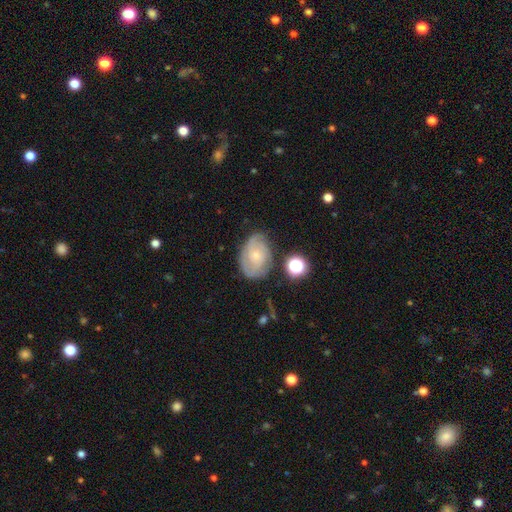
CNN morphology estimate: Smooth or featured? featured or disk (70%)
Edge-on disk? no (97%)
Bar? no (75%)
Spiral arms? yes (90%)
Spiral winding? tight (59%)
Spiral arm count? 2 (37%)
Bulge size? small (67%)
Merging? none (67%)